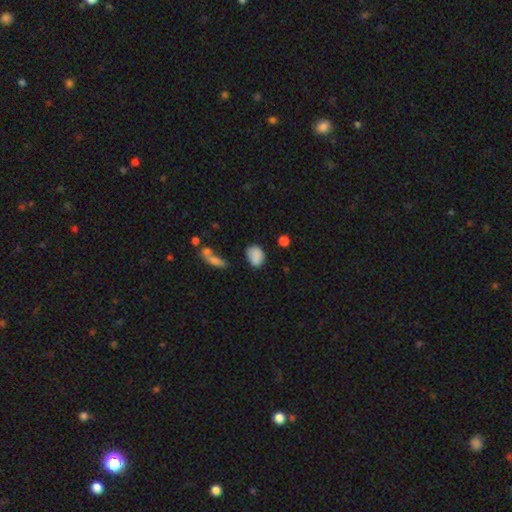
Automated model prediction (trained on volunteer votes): The model was most divided on "how rounded": in between: 68%, round: 30%, cigar-shaped: 2%. More confident: smooth or featured — smooth (85%); merging — none (70%).